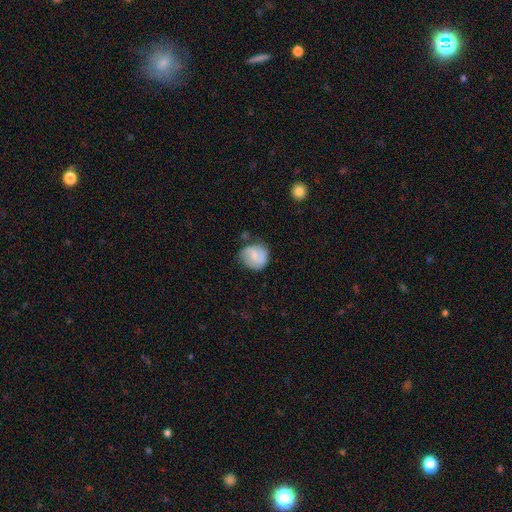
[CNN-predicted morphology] This appears to be a smooth galaxy with no disk features (55%) that is round (78%). Merging: none (56%).